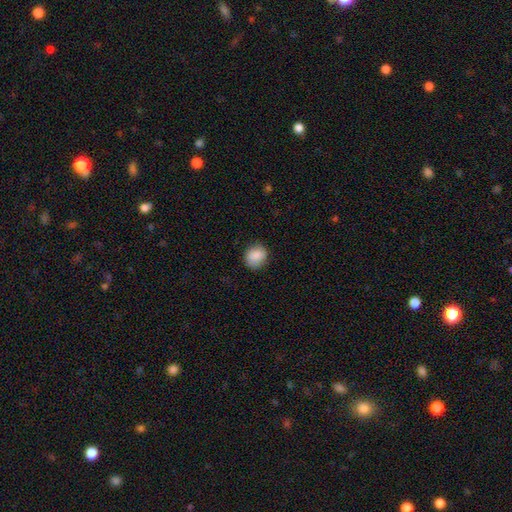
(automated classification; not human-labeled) Overall: smooth (87%). How rounded: round (73%). Merging: none (81%).